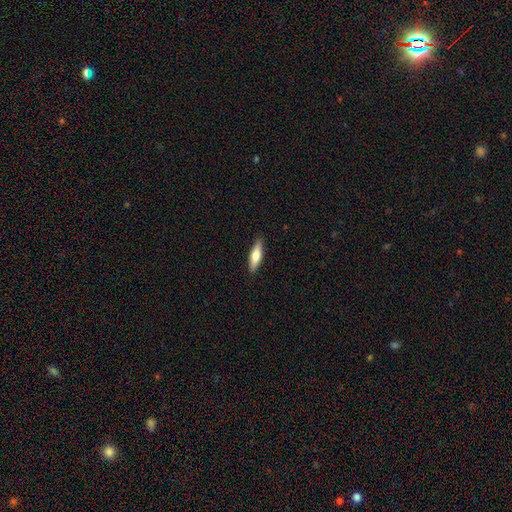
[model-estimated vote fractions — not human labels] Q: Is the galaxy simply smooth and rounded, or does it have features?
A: smooth — 65%.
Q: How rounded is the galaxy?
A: cigar-shaped — 63%.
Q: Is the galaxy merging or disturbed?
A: none — 89%.